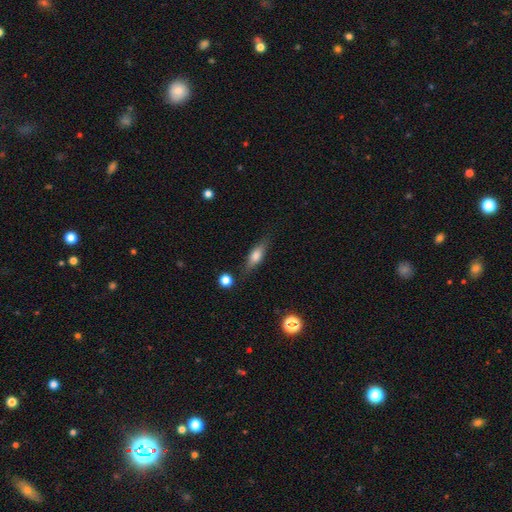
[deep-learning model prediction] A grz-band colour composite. It shows a smooth galaxy with no disk features (63%) that is in between round and cigar-shaped (52%). Merging: none (79%).